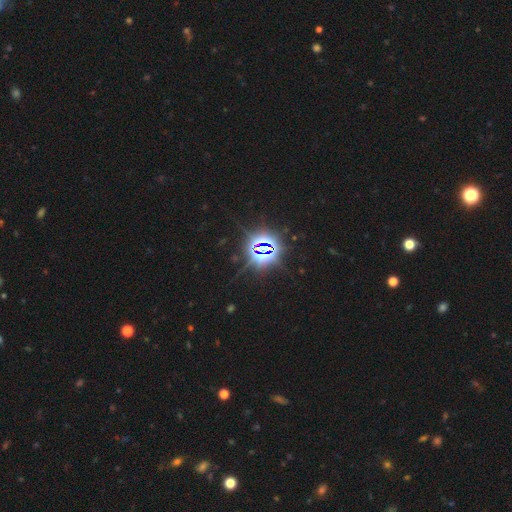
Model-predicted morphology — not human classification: Smooth or featured? Predicted: star or artifact (p=0.84).